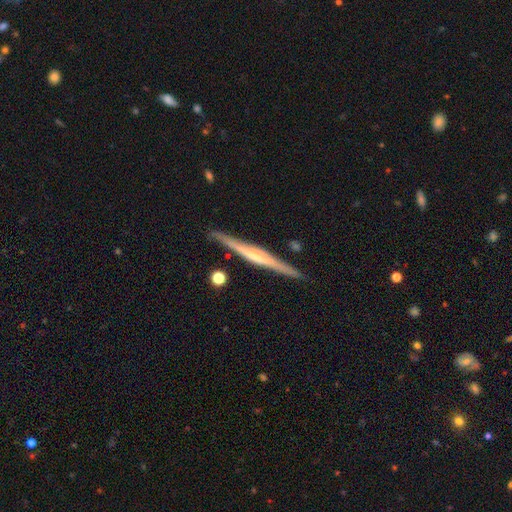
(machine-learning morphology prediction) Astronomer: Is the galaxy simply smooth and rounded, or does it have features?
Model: featured or disk — 76%.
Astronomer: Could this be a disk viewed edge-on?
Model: yes — 98%.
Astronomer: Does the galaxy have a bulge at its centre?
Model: rounded — 62%.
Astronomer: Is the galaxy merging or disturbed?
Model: none — 88%.